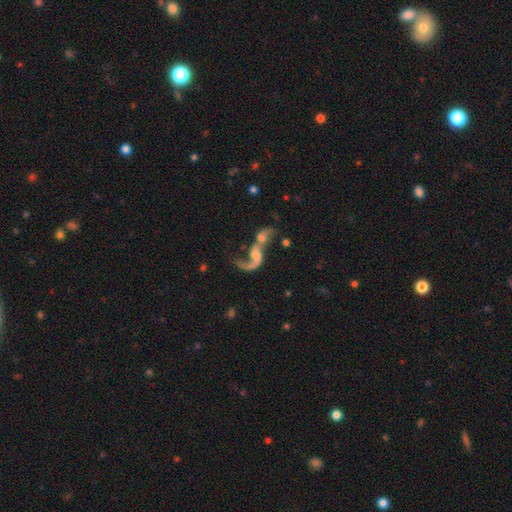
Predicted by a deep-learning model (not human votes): smooth-or-featured: featured or disk: 73% | smooth: 18% | star or artifact: 9%
  disk-edge-on: no: 95% | yes: 5%
    bar: no: 61% | weak: 30% | strong: 9%
    has-spiral-arms: yes: 81% | no: 19%
      spiral-winding: loose: 87% | medium: 10% | tight: 3%
      spiral-arm-count: 1: 51% | 2: 43% | can't tell: 3% | 3: 1% | 4: 1% | more than 4: 1%
    bulge-size: moderate: 36% | small: 33% | none: 20% | large: 9% | dominant: 3%
  merging: merger: 63% | major disturbance: 16% | none: 15% | minor disturbance: 6%